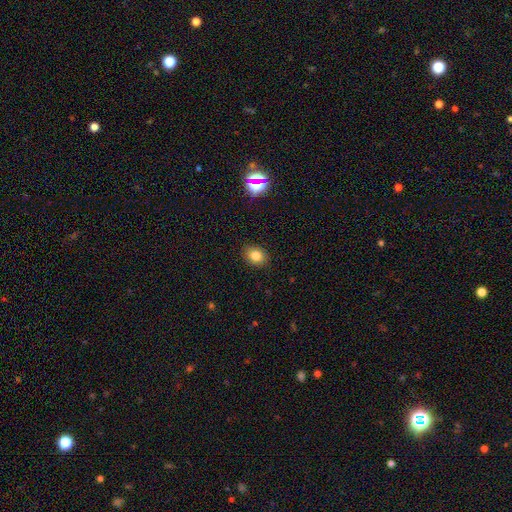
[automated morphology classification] A smooth galaxy with no disk features (80%) that is in between round and cigar-shaped (57%).

Vote fractions:
- Smooth or featured? smooth: 80% / star or artifact: 13% / featured or disk: 7%
- How rounded? in between: 57% / round: 42% / cigar-shaped: 1%
- Merging? none: 88% / minor disturbance: 8% / major disturbance: 2% / merger: 1%